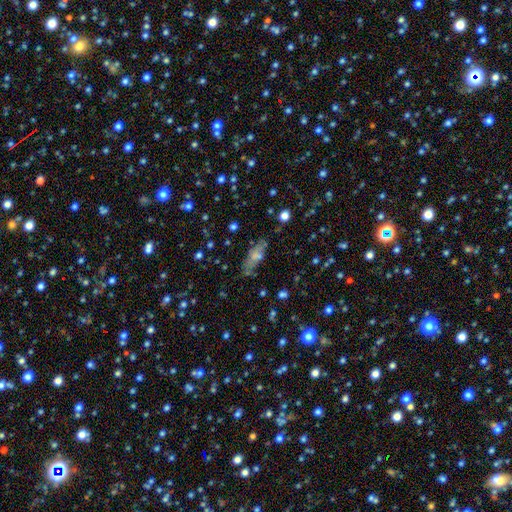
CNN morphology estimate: smooth-or-featured: smooth: 63% | featured or disk: 24% | star or artifact: 12%
  how-rounded: in between: 68% | cigar-shaped: 29% | round: 3%
  merging: none: 61% | minor disturbance: 23% | major disturbance: 10% | merger: 7%